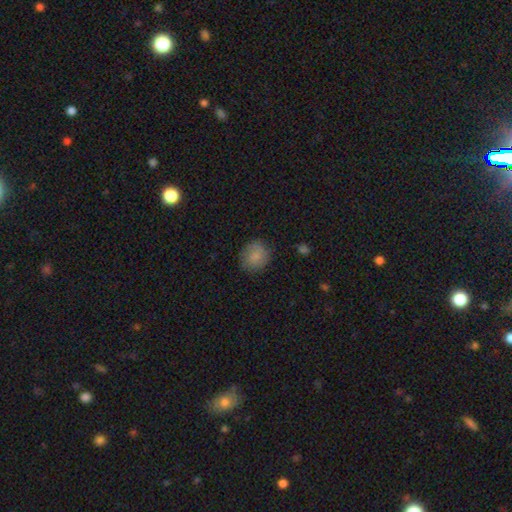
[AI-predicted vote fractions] The model was most divided on "how rounded": round: 78%, in between: 21%, cigar-shaped: 1%. More confident: smooth or featured — smooth (83%); merging — none (79%).